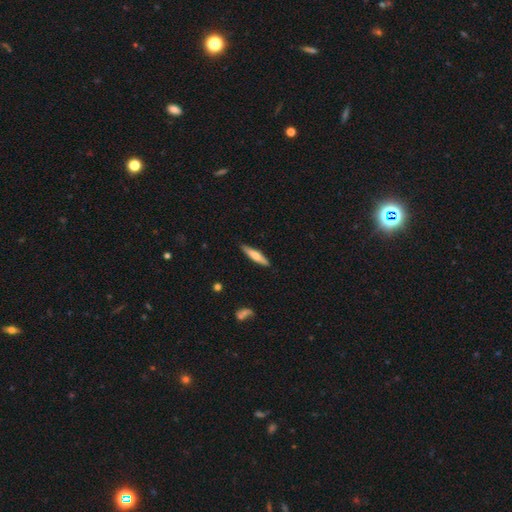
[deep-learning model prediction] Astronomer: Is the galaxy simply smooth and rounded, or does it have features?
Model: smooth — 54% (runner-up: featured or disk, 40%).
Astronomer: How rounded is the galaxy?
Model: cigar-shaped — 87%.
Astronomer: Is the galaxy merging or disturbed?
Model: none — 88%.